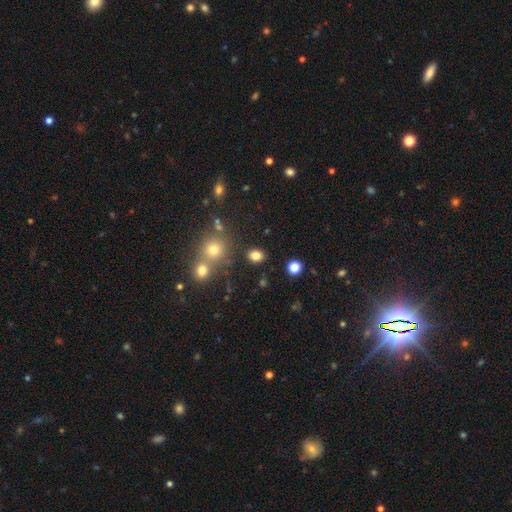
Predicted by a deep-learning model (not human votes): smooth_or_featured: smooth (p=0.81) [alt: star or artifact p=0.13]
how_rounded: in between (p=0.56) [alt: round p=0.43]
merging: none (p=0.84) [alt: minor disturbance p=0.08]